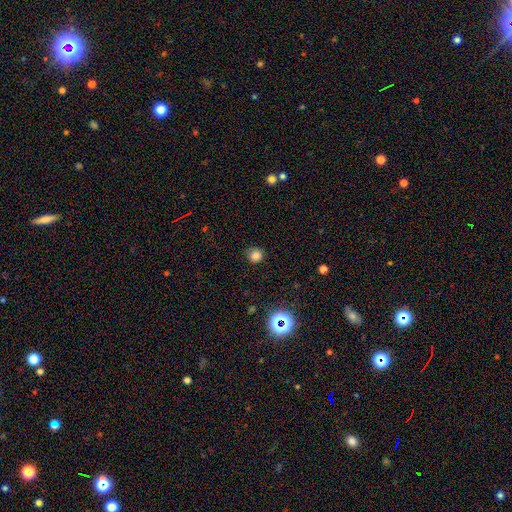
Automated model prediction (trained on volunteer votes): Morphology: type=smooth (79%); roundness=round (91%); merging=none (84%).